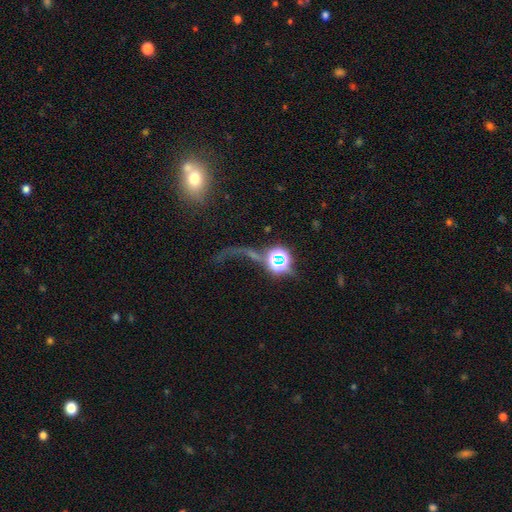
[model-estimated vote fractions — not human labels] Smooth or featured? star or artifact (36%)